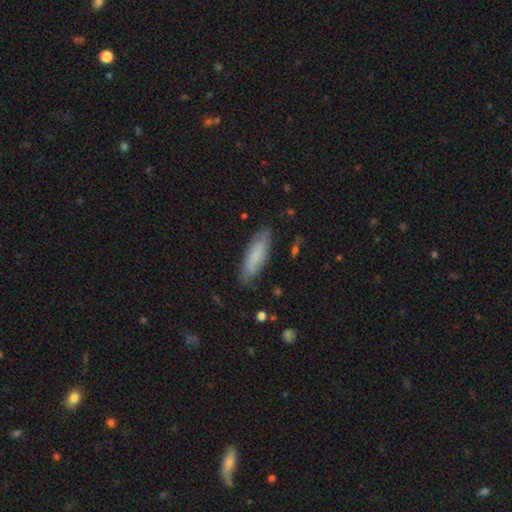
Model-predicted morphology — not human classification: Smooth or featured? smooth (79%)
How rounded? cigar-shaped (59%)
Merging? none (84%)